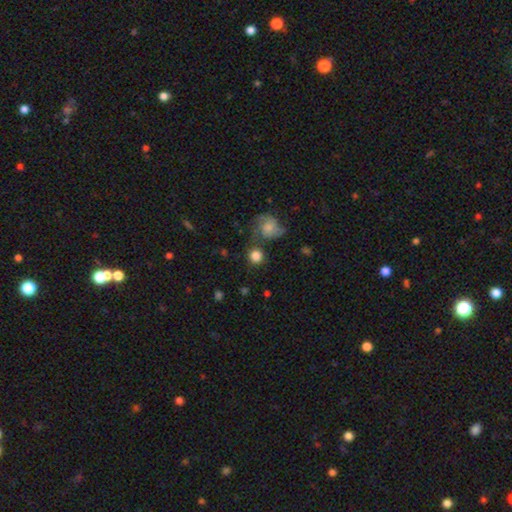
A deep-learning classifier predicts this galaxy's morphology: Smooth or featured? Predicted: smooth (p=0.82). How rounded? Predicted: round (p=0.90). Merging? Predicted: none (p=0.66).